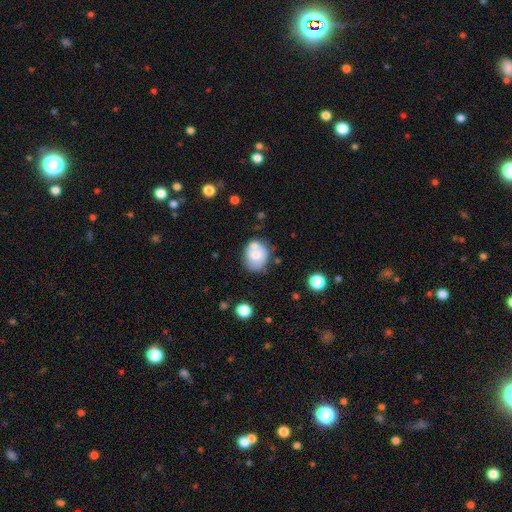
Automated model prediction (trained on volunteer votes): A smooth galaxy with no disk features (68%) that is round (57%).

Vote fractions:
- Smooth or featured? smooth: 68% / featured or disk: 23% / star or artifact: 9%
- How rounded? round: 57% / in between: 42% / cigar-shaped: 1%
- Merging? none: 54% / merger: 22% / minor disturbance: 18% / major disturbance: 5%